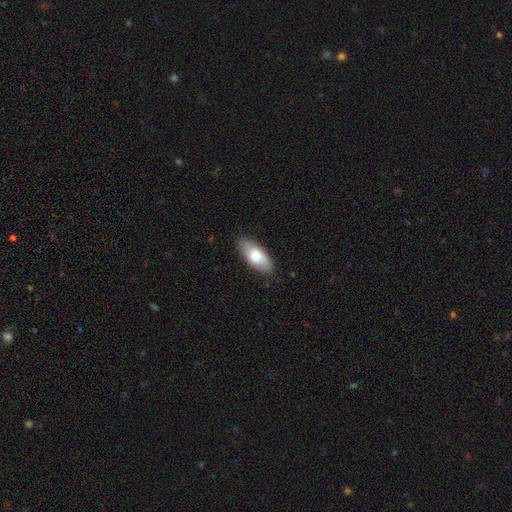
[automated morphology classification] Smooth or featured: smooth — 72% (featured or disk — 22%)
How rounded: in between — 85% (cigar-shaped — 13%)
Merging: none — 84% (minor disturbance — 13%)